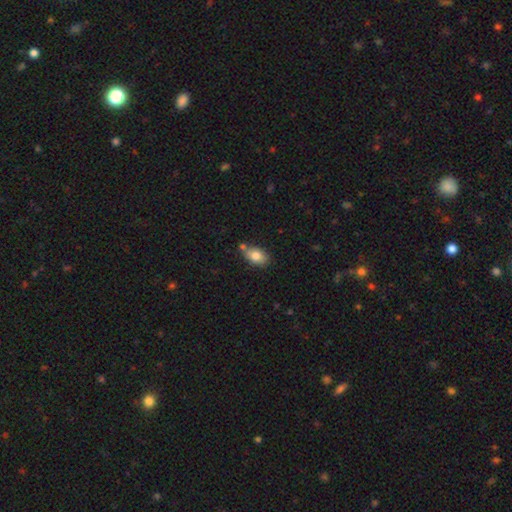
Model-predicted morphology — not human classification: Smooth or featured?
  - smooth: 80% *
  - featured or disk: 12%
  - star or artifact: 8%
How rounded?
  - in between: 86% *
  - round: 12%
  - cigar-shaped: 2%
Merging?
  - none: 68% *
  - minor disturbance: 15%
  - merger: 13%
  - major disturbance: 3%